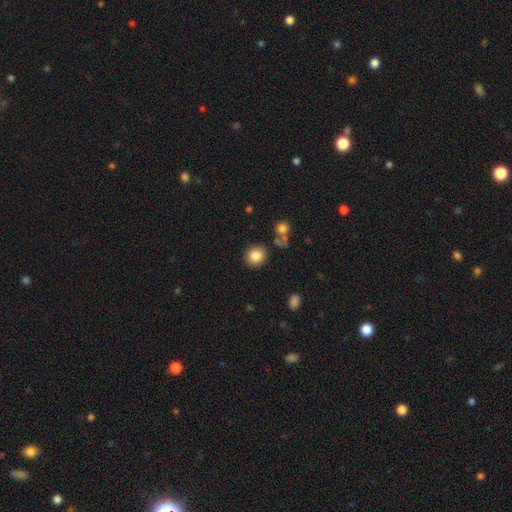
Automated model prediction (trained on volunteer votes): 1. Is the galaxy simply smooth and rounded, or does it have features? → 85% smooth, 10% star or artifact, 6% featured or disk.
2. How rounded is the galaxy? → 84% round, 15% in between, 1% cigar-shaped.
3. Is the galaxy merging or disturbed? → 84% none, 9% minor disturbance, 4% merger, 3% major disturbance.